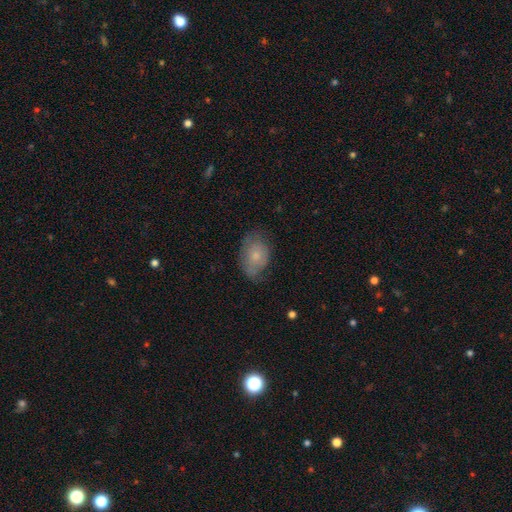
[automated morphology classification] A smooth galaxy with no disk features (65%) that is in between round and cigar-shaped (79%). Merging: none (57%).